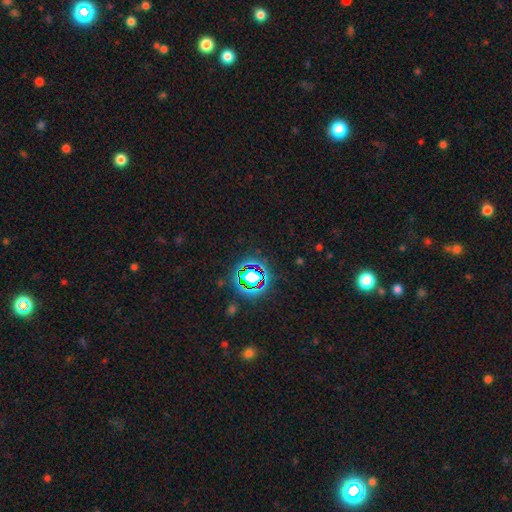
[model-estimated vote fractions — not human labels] The model was most divided on "smooth or featured": star or artifact: 78%, smooth: 14%, featured or disk: 8%.